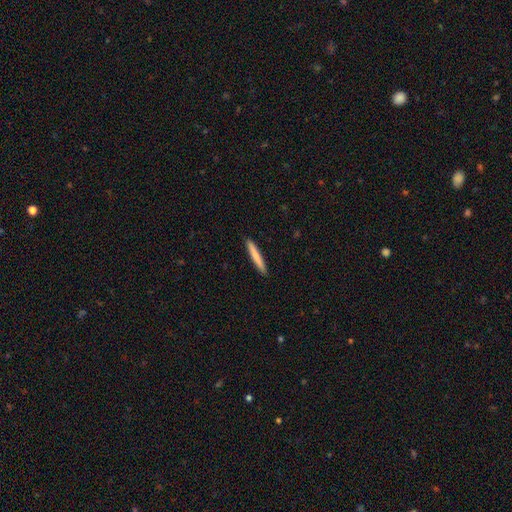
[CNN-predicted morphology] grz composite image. It shows a smooth galaxy with no disk features (77%) that is cigar-shaped (96%). Merging: none (92%).